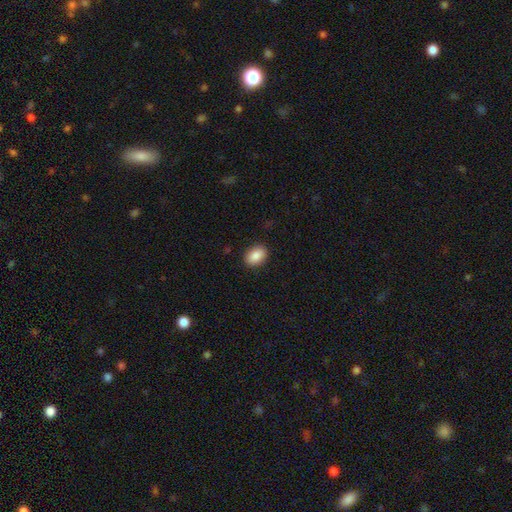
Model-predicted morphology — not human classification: A smooth galaxy with no disk features (88%) that is in between round and cigar-shaped (79%). Merging: none (89%).